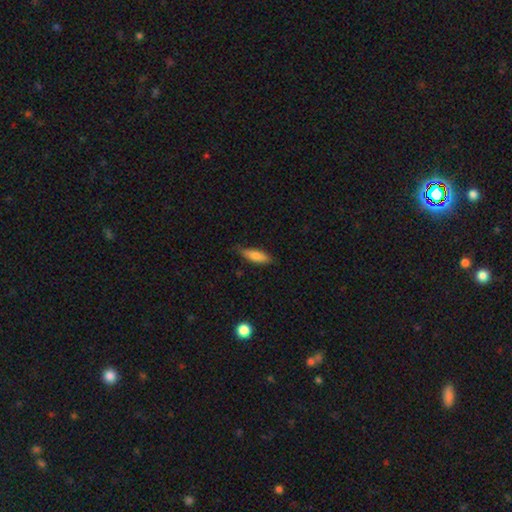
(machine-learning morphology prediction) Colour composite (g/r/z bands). It shows a smooth galaxy with no disk features (81%) that is in between round and cigar-shaped (54%). Merging: none (79%).